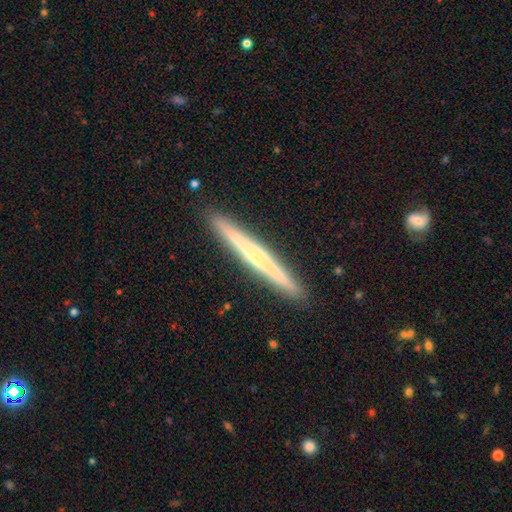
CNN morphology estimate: featured or disk 57%, smooth 37%, star or artifact 6%. Down the decision tree: edge-on disk — yes (97%); edge-on bulge — none (63%); merging — none (92%).